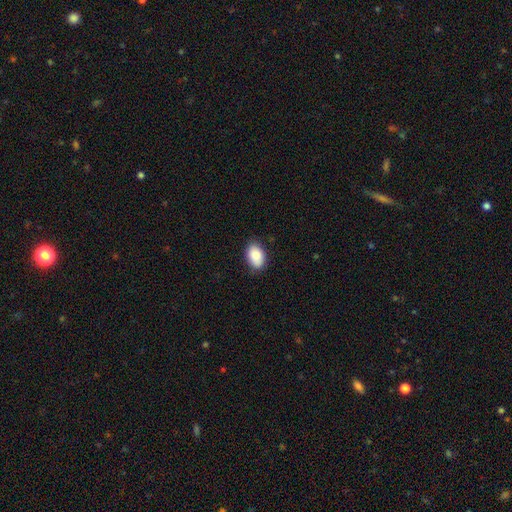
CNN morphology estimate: smooth-or-featured: smooth: 87% | star or artifact: 7% | featured or disk: 6%
  how-rounded: in between: 89% | round: 10% | cigar-shaped: 1%
  merging: none: 81% | minor disturbance: 15% | major disturbance: 3% | merger: 1%